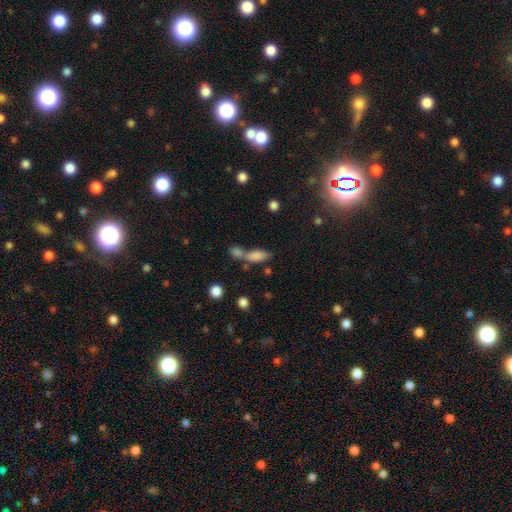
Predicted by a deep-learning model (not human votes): Smooth or featured: smooth — 81% (star or artifact — 10%)
How rounded: in between — 76% (cigar-shaped — 19%)
Merging: merger — 50% (none — 35%)